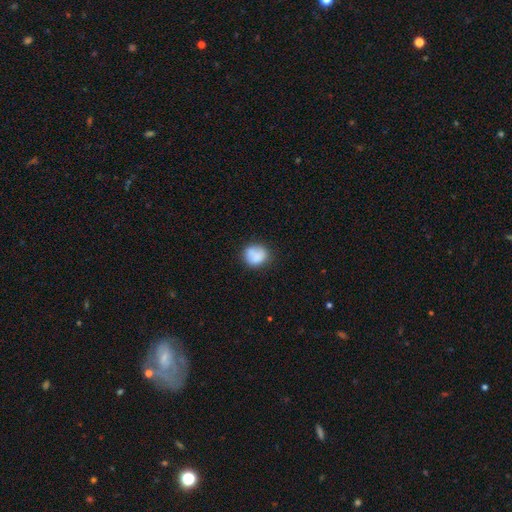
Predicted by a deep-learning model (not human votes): smooth_or_featured: smooth (p=0.81) [alt: featured or disk p=0.11]
how_rounded: round (p=0.70) [alt: in between p=0.29]
merging: none (p=0.64) [alt: minor disturbance p=0.23]